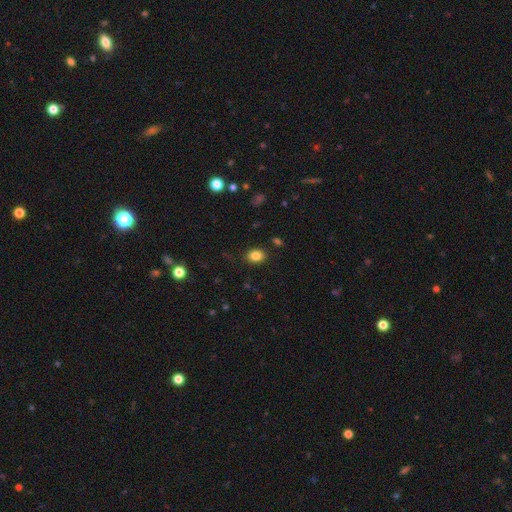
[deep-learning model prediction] Smooth or featured? smooth (84%)
How rounded? in between (60%)
Merging? none (86%)